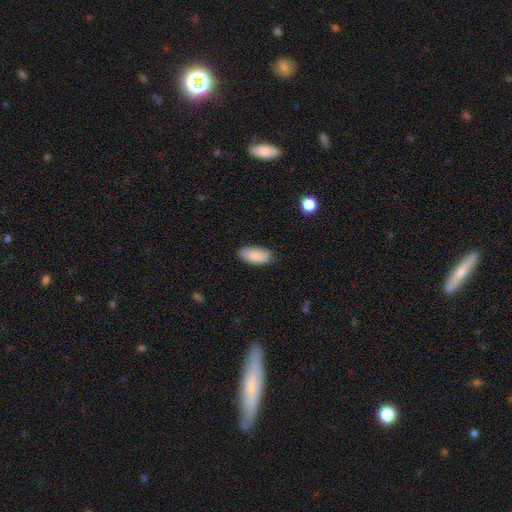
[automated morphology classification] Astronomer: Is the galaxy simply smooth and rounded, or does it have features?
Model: smooth — 89%.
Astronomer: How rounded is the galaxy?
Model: in between — 91%.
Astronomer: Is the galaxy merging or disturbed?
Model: none — 86%.